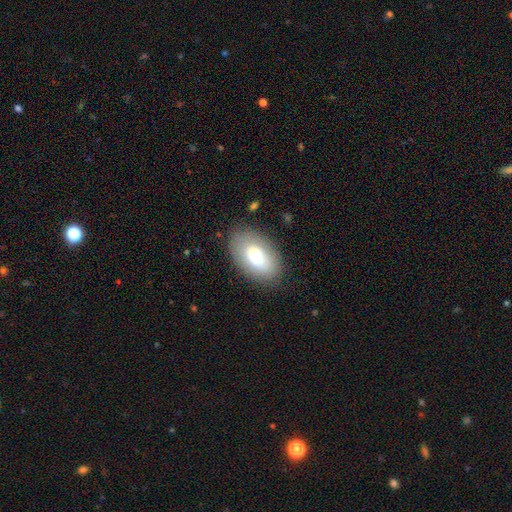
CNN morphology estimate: Smooth or featured? Predicted: smooth (p=0.68). How rounded? Predicted: in between (p=0.92). Merging? Predicted: none (p=0.80).